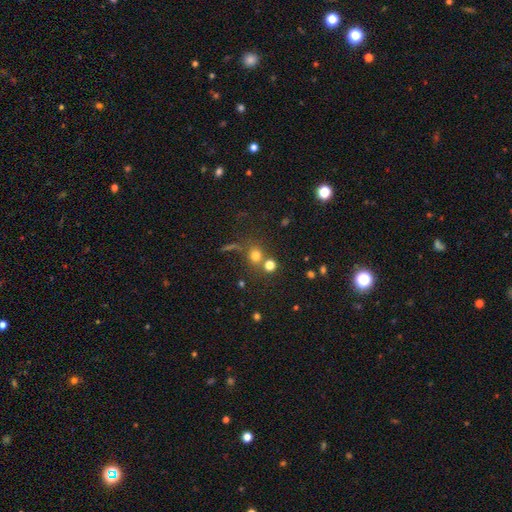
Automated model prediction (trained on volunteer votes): Smooth or featured? Predicted: smooth (p=0.71). How rounded? Predicted: round (p=0.81). Merging? Predicted: none (p=0.62).